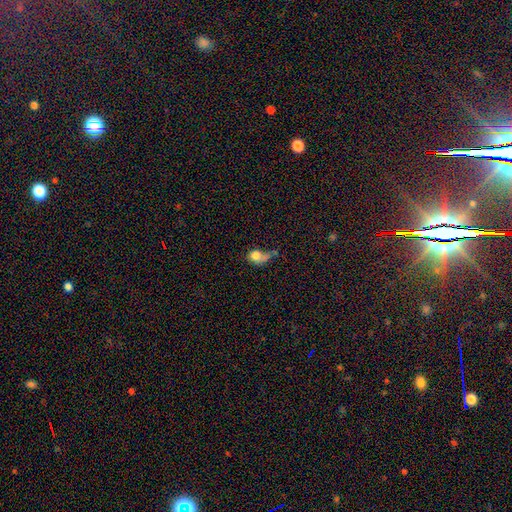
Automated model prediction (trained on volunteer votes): The model was most divided on "merging": major disturbance: 33%, none: 27%, minor disturbance: 23%, merger: 17%. More confident: smooth or featured — smooth (74%); how rounded — round (53%).